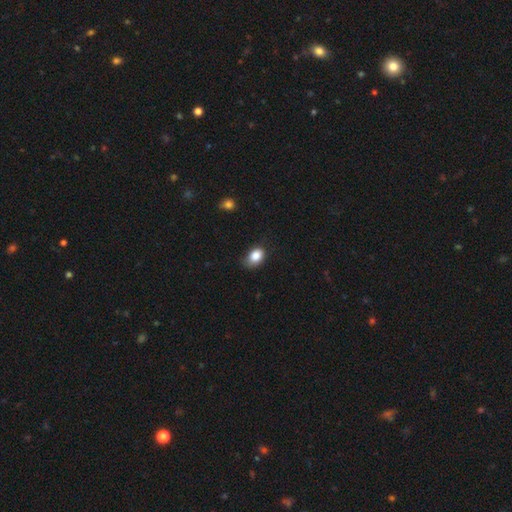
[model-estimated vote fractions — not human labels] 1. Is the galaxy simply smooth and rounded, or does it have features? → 85% smooth, 9% star or artifact, 6% featured or disk.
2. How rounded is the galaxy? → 73% in between, 26% round, 1% cigar-shaped.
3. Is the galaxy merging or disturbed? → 63% none, 29% minor disturbance, 6% major disturbance, 2% merger.